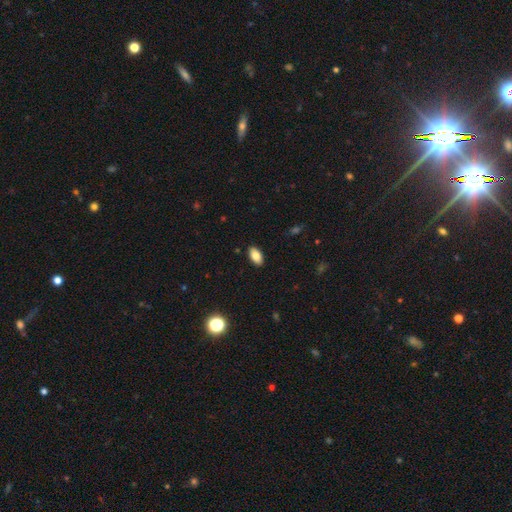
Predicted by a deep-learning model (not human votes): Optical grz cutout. It shows a smooth galaxy with no disk features (84%) that is in between round and cigar-shaped (93%). Merging: none (89%).